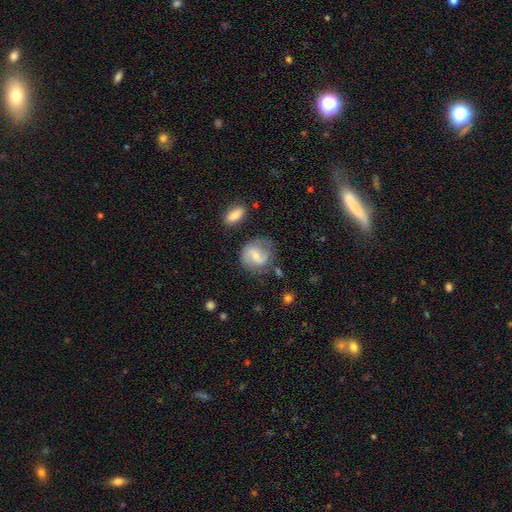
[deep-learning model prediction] A featured or disk galaxy (65%) with a weak bar (50%), 2 (85%) loose (43%) spiral arms (89%) and a small central bulge (54%). Merging: none (69%).